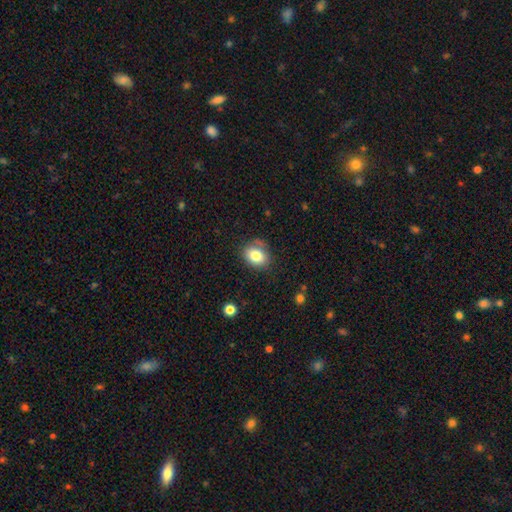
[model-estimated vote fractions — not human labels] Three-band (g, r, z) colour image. It shows a smooth galaxy with no disk features (82%) that is in between round and cigar-shaped (59%). Merging: none (75%).